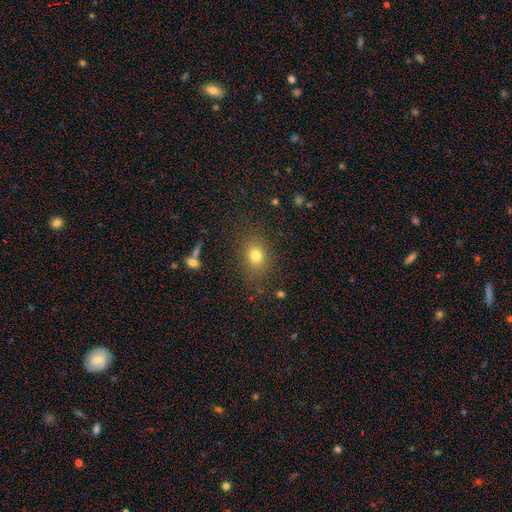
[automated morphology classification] Smooth or featured: smooth — 77% (star or artifact — 14%)
How rounded: in between — 50% (round — 49%)
Merging: none — 82% (minor disturbance — 11%)